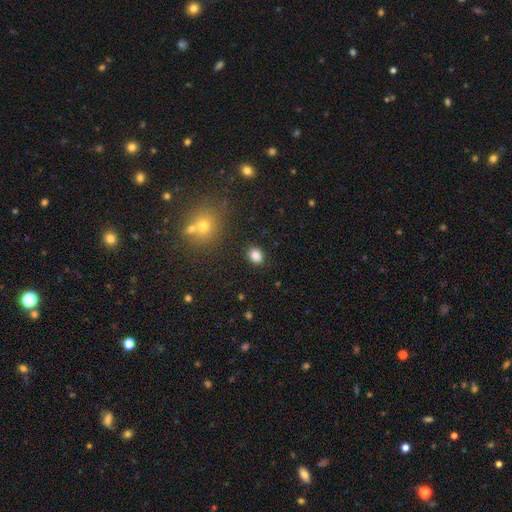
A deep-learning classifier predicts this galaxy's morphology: Smooth or featured?
  - smooth: 85% *
  - star or artifact: 10%
  - featured or disk: 4%
How rounded?
  - in between: 60% *
  - round: 39%
  - cigar-shaped: 1%
Merging?
  - none: 86% *
  - minor disturbance: 9%
  - major disturbance: 3%
  - merger: 2%